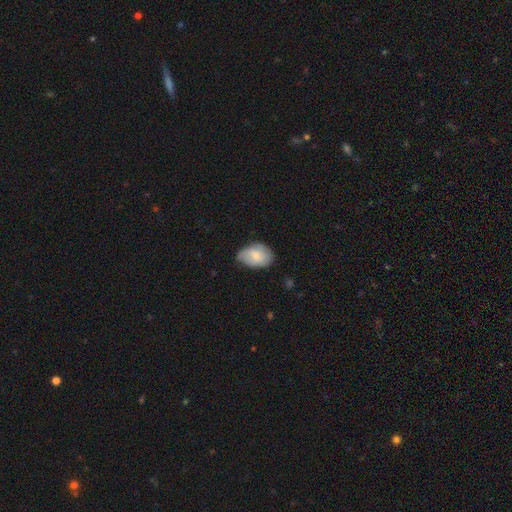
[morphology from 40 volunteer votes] Q: Smooth or featured?
A: smooth (68%); runner-up: featured or disk (28%)
Q: How rounded?
A: in between (81%); runner-up: round (19%)
Q: Merging?
A: minor disturbance (47%); runner-up: none (45%)